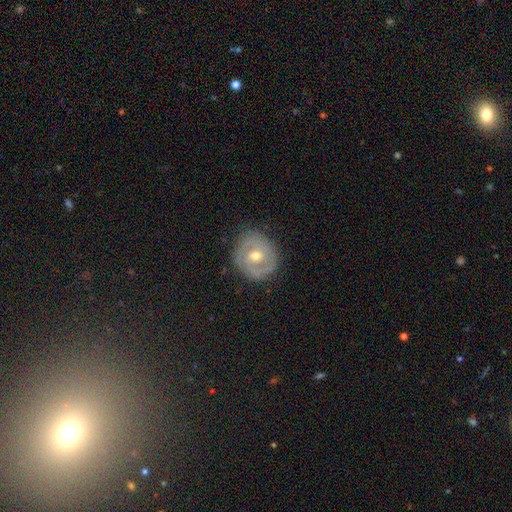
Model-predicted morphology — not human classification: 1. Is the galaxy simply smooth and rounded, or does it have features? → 78% featured or disk, 16% smooth, 6% star or artifact.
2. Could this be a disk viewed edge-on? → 97% no, 3% yes.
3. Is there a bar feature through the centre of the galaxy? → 56% no, 35% weak, 9% strong.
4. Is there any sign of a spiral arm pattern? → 86% yes, 14% no.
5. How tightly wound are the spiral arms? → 62% tight, 30% medium, 8% loose.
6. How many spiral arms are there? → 66% 2, 17% can't tell, 8% 3, 5% 1, 2% 4, 2% more than 4.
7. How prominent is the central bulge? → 60% moderate, 37% small, 2% large, 1% none, 1% dominant.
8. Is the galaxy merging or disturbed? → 81% none, 14% minor disturbance, 4% major disturbance, 1% merger.